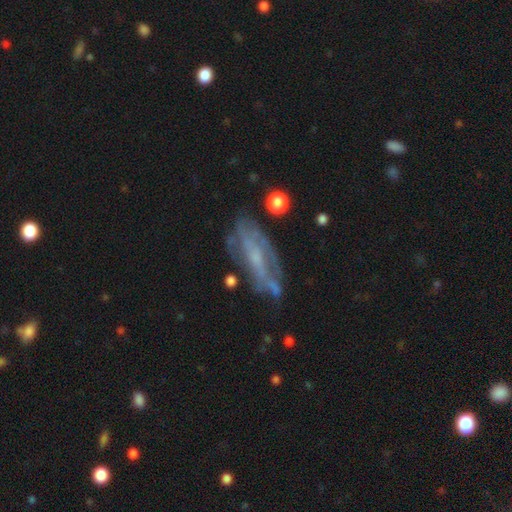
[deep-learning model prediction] Smooth or featured? featured or disk (68%)
Edge-on disk? no (81%)
Bar? no (55%)
Spiral arms? yes (58%)
Bulge size? small (49%)
Merging? none (59%)